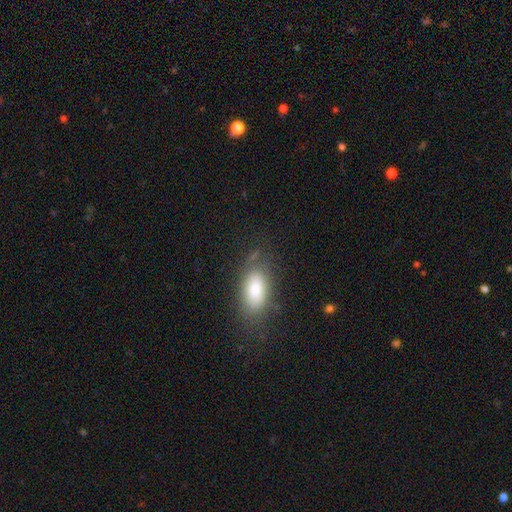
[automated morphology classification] Smooth or featured? smooth (72%)
How rounded? in between (83%)
Merging? none (76%)